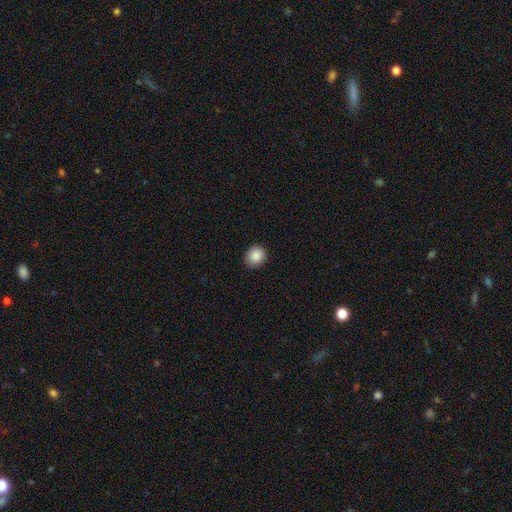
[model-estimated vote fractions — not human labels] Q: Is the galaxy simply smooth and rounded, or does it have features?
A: smooth — 88%.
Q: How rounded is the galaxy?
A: round — 74%.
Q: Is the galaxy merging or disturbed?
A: none — 88%.